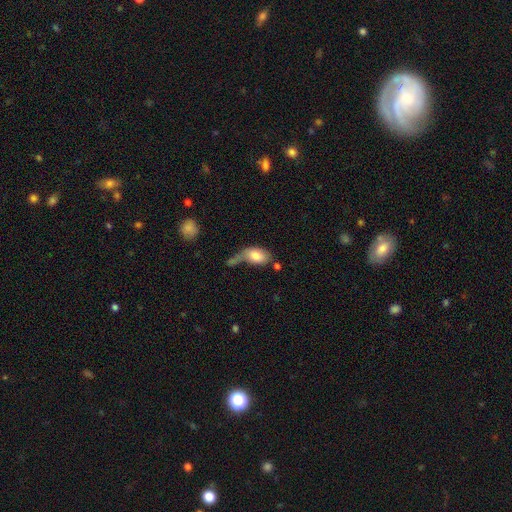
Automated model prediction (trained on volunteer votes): A smooth galaxy with no disk features (78%) that is in between round and cigar-shaped (89%).

Vote fractions:
- Smooth or featured? smooth: 78% / featured or disk: 15% / star or artifact: 7%
- How rounded? in between: 89% / round: 9% / cigar-shaped: 2%
- Merging? merger: 30% / none: 27% / major disturbance: 23% / minor disturbance: 20%